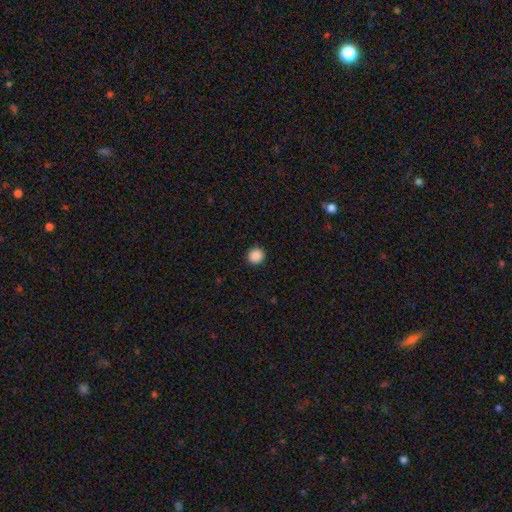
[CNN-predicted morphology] This appears to be a smooth galaxy with no disk features (89%) that is round (93%). Merging: none (93%).